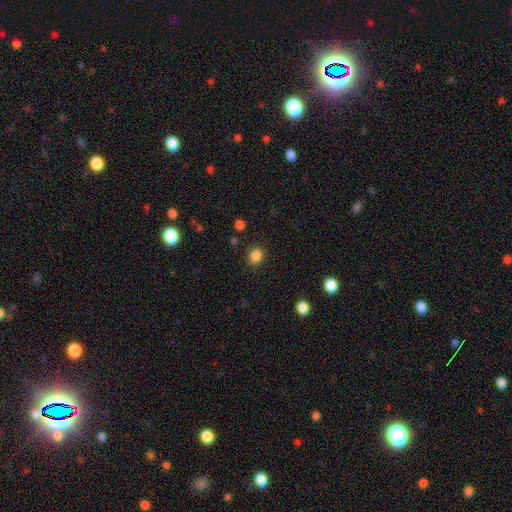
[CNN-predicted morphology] smooth-or-featured: smooth: 85% | star or artifact: 11% | featured or disk: 4%
  how-rounded: round: 53% | in between: 46% | cigar-shaped: 1%
  merging: none: 85% | minor disturbance: 10% | major disturbance: 3% | merger: 2%